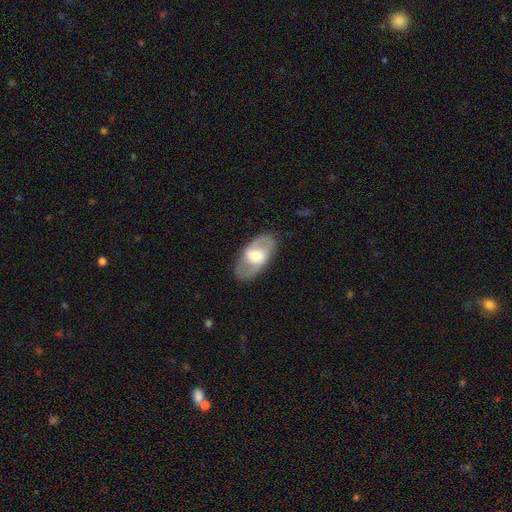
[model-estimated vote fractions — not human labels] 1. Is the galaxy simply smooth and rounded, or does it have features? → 67% featured or disk, 28% smooth, 5% star or artifact.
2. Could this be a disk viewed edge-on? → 92% no, 8% yes.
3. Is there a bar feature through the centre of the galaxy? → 40% no, 39% weak, 21% strong.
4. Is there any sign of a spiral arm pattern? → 67% yes, 33% no.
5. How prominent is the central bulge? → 51% moderate, 30% large, 14% small, 3% dominant, 2% none.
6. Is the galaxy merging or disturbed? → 84% none, 11% minor disturbance, 4% major disturbance, 1% merger.